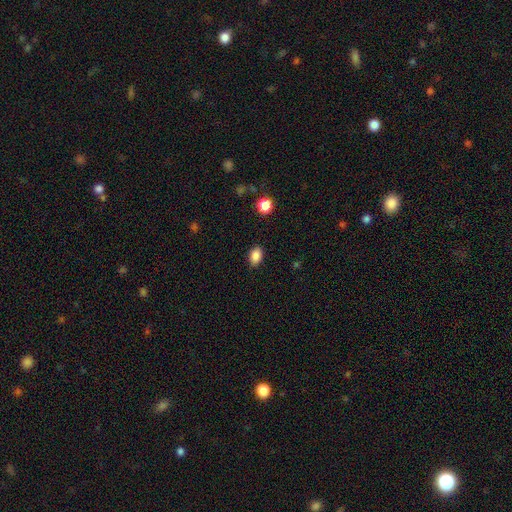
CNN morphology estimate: A smooth galaxy with no disk features (86%) that is in between round and cigar-shaped (82%).

Vote fractions:
- Smooth or featured? smooth: 86% / star or artifact: 10% / featured or disk: 4%
- How rounded? in between: 82% / round: 17% / cigar-shaped: 1%
- Merging? none: 87% / minor disturbance: 9% / major disturbance: 2% / merger: 1%